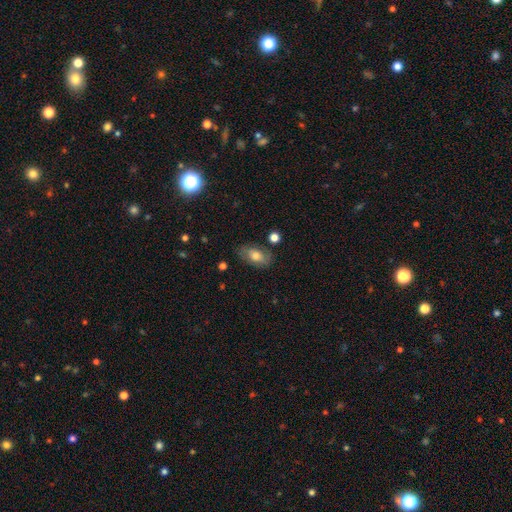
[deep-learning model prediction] Smooth or featured: smooth — 62% (featured or disk — 29%)
How rounded: in between — 88% (round — 8%)
Merging: none — 71% (minor disturbance — 20%)